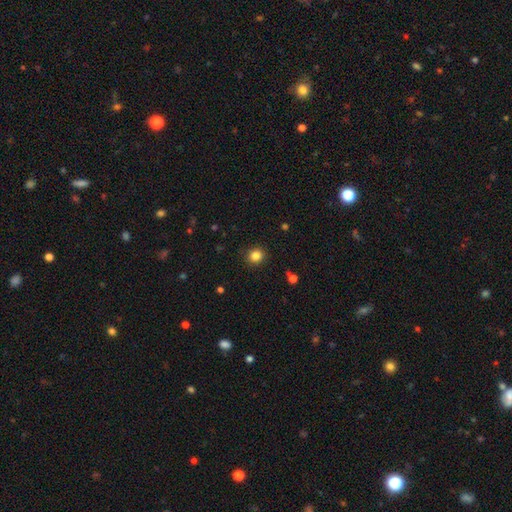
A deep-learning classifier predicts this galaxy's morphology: A smooth galaxy with no disk features (84%) that is round (85%).

Vote fractions:
- Smooth or featured? smooth: 84% / star or artifact: 12% / featured or disk: 5%
- How rounded? round: 85% / in between: 14% / cigar-shaped: 1%
- Merging? none: 90% / minor disturbance: 7% / major disturbance: 2% / merger: 1%